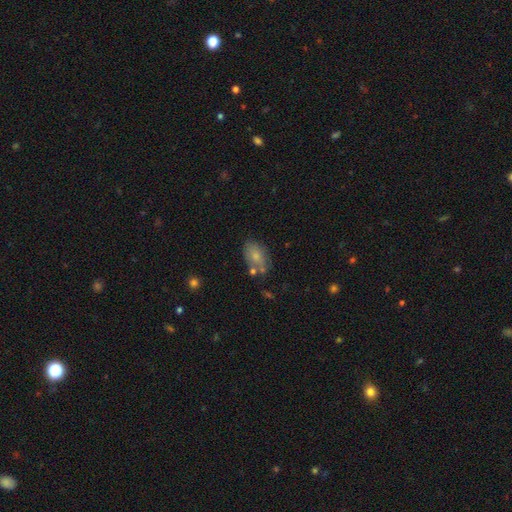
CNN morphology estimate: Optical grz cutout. It shows a smooth galaxy with no disk features (73%) that is in between round and cigar-shaped (87%). Merging: none (60%).